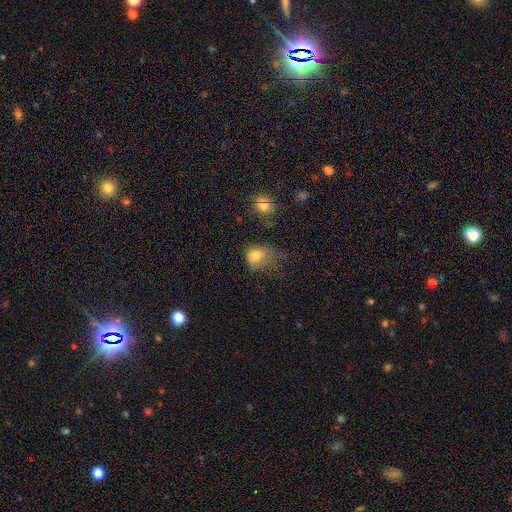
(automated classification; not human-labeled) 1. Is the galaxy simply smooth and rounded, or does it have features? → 76% smooth, 12% featured or disk, 12% star or artifact.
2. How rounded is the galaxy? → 51% in between, 48% round, 1% cigar-shaped.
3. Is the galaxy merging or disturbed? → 37% major disturbance, 31% minor disturbance, 28% none, 4% merger.